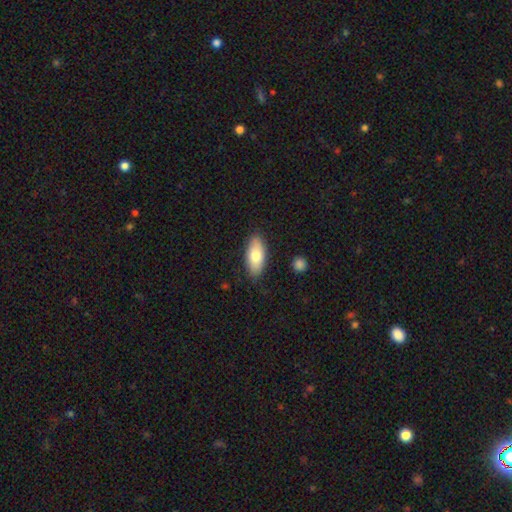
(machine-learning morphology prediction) smooth 75%, featured or disk 19%, star or artifact 6%. Down the decision tree: how rounded — in between (87%); merging — none (86%).